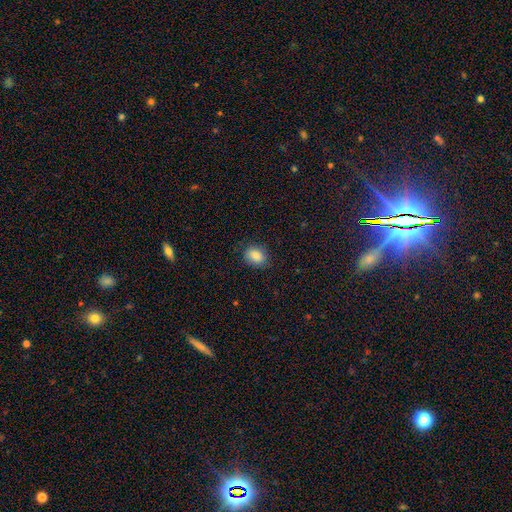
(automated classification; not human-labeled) Smooth or featured? Predicted: smooth (p=0.87). How rounded? Predicted: in between (p=0.65). Merging? Predicted: none (p=0.83).